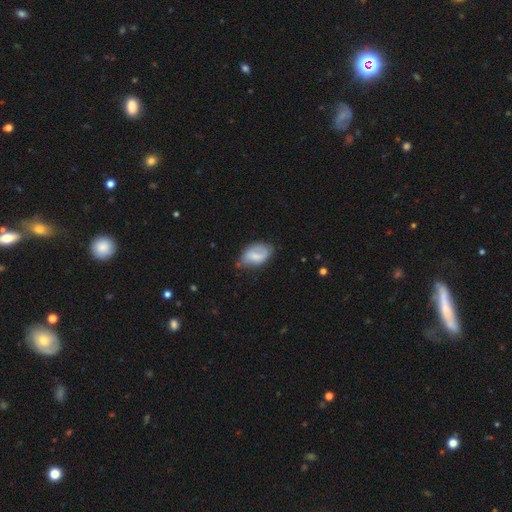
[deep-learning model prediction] smooth 59%, featured or disk 34%, star or artifact 7%. Down the decision tree: how rounded — in between (89%); merging — none (54%).